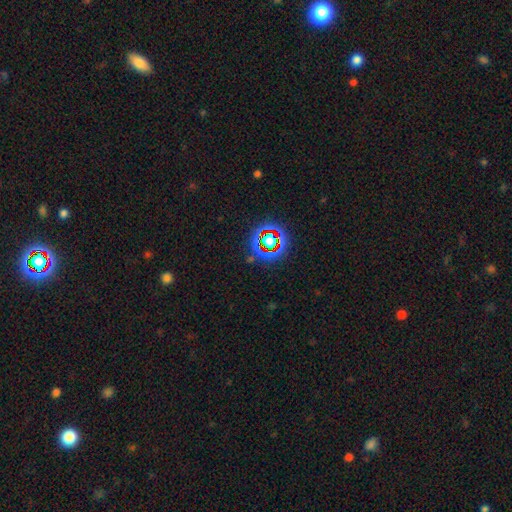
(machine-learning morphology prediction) This is possibly a star or artifact rather than a galaxy (52%).